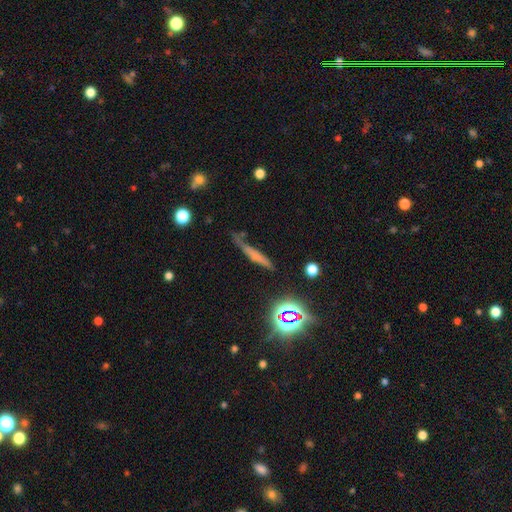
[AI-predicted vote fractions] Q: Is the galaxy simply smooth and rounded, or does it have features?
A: smooth — 53%.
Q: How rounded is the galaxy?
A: cigar-shaped — 89%.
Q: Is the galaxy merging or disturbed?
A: none — 60%.